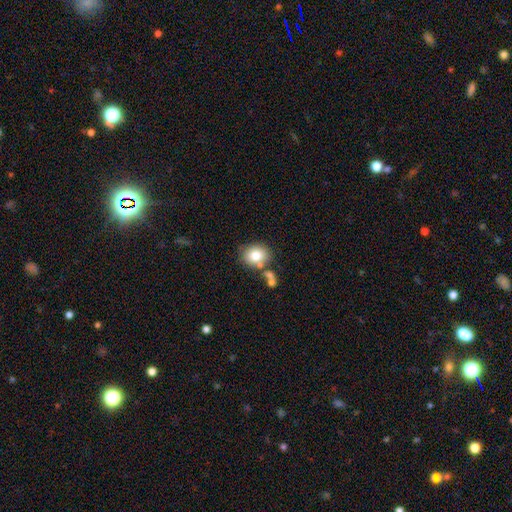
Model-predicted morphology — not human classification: This appears to be a smooth galaxy with no disk features (79%) that is round (57%). Merging: none (63%).